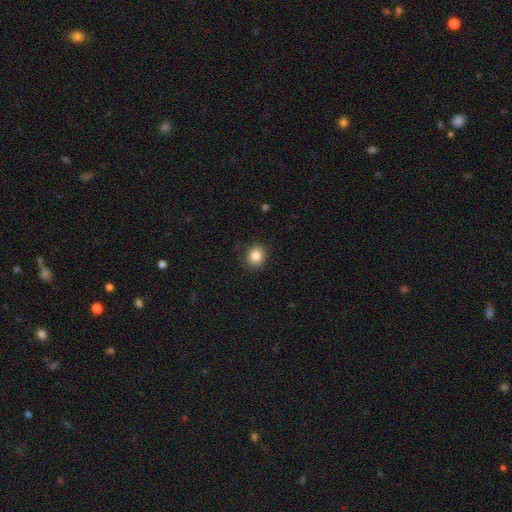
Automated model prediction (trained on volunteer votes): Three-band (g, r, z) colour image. It shows a smooth galaxy with no disk features (85%) that is round (79%). Merging: none (89%).